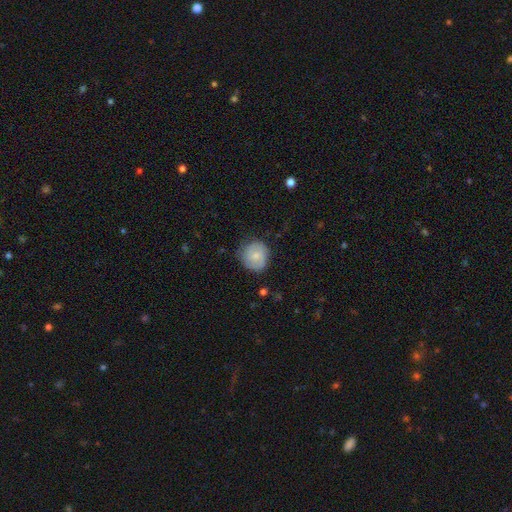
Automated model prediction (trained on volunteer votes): Smooth or featured? Predicted: smooth (p=0.64). How rounded? Predicted: round (p=0.85). Merging? Predicted: none (p=0.71).